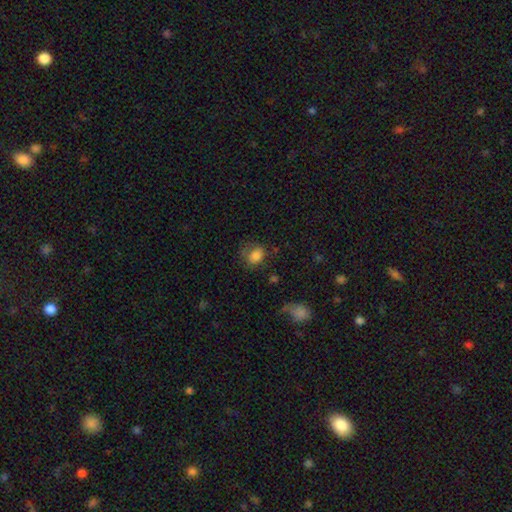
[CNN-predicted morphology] Smooth or featured? Predicted: smooth (p=0.80). How rounded? Predicted: in between (p=0.54). Merging? Predicted: none (p=0.54).